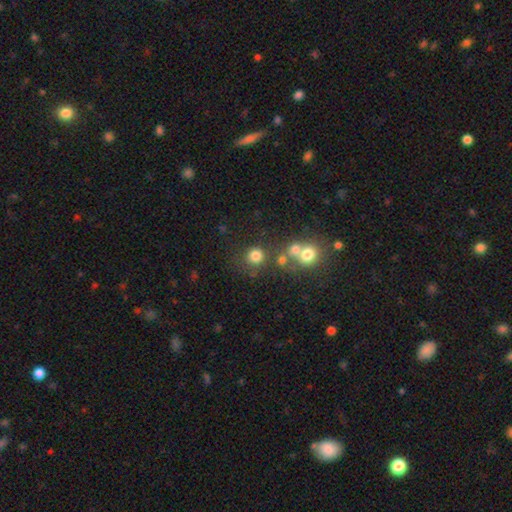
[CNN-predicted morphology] This is likely a smooth galaxy (77%). How rounded: clearly round (91%). Merging: likely none (70%).